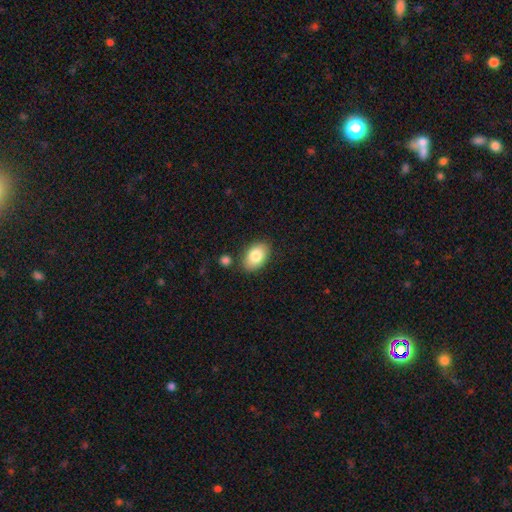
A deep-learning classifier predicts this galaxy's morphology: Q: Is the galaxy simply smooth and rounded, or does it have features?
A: smooth — 82%.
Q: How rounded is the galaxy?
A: in between — 89%.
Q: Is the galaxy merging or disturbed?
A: none — 81%.